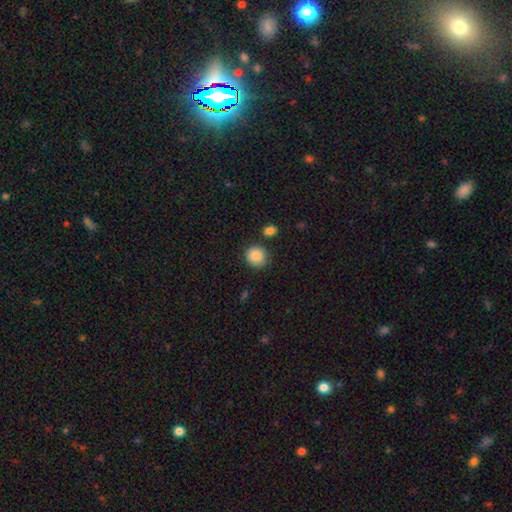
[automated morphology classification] A smooth galaxy with no disk features (87%) that is round (87%).

Vote fractions:
- Smooth or featured? smooth: 87% / star or artifact: 8% / featured or disk: 5%
- How rounded? round: 87% / in between: 12% / cigar-shaped: 1%
- Merging? none: 78% / minor disturbance: 14% / merger: 5% / major disturbance: 3%